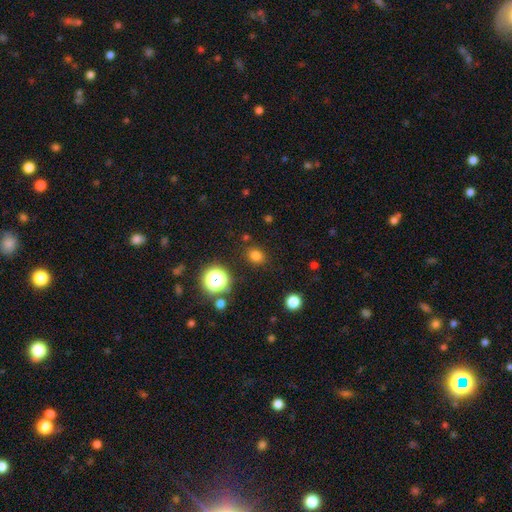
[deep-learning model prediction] A smooth galaxy with no disk features (75%) that is round (57%). Merging: none (85%).